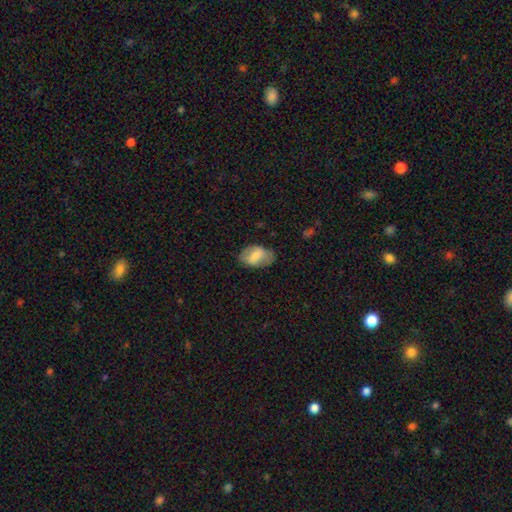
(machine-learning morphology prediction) smooth_or_featured: smooth (p=0.65) [alt: featured or disk p=0.27]
how_rounded: in between (p=0.90) [alt: round p=0.08]
merging: none (p=0.70) [alt: minor disturbance p=0.21]